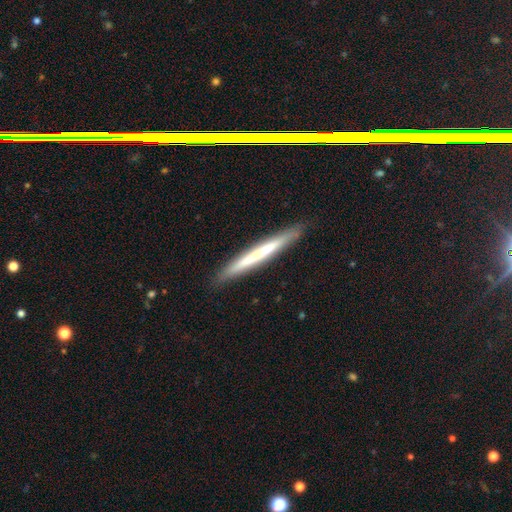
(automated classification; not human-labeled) Smooth or featured? Predicted: smooth (p=0.43). Merging? Predicted: none (p=0.86).